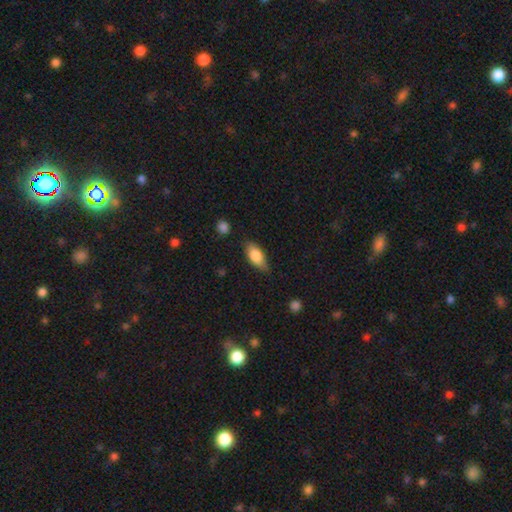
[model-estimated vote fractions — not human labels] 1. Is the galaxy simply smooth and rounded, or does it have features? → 78% smooth, 15% featured or disk, 6% star or artifact.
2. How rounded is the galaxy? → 85% in between, 12% cigar-shaped, 3% round.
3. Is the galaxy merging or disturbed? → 76% none, 19% minor disturbance, 3% major disturbance, 2% merger.